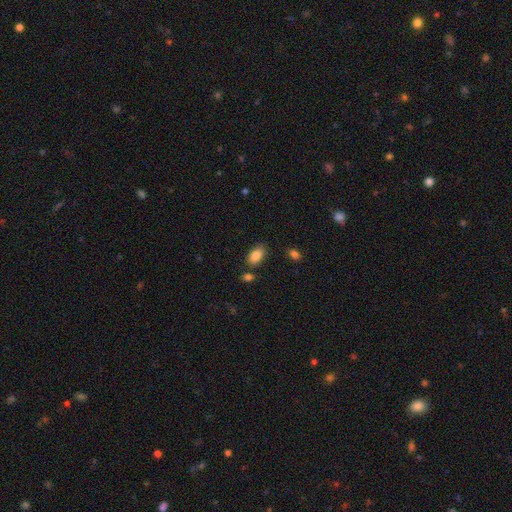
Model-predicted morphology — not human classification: Smooth or featured?
  - smooth: 87% *
  - star or artifact: 8%
  - featured or disk: 5%
How rounded?
  - in between: 92% *
  - round: 5%
  - cigar-shaped: 2%
Merging?
  - none: 75% *
  - minor disturbance: 15%
  - merger: 6%
  - major disturbance: 4%